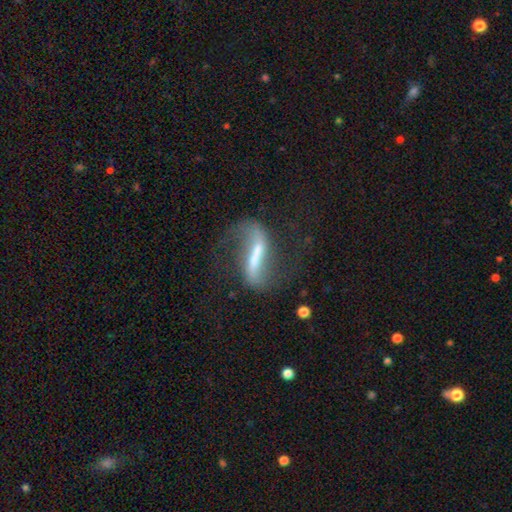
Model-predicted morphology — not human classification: Smooth or featured? featured or disk (79%)
Edge-on disk? no (86%)
Bar? strong (67%)
Spiral arms? yes (87%)
Spiral winding? loose (86%)
Spiral arm count? 2 (86%)
Bulge size? small (37%)
Merging? none (53%)